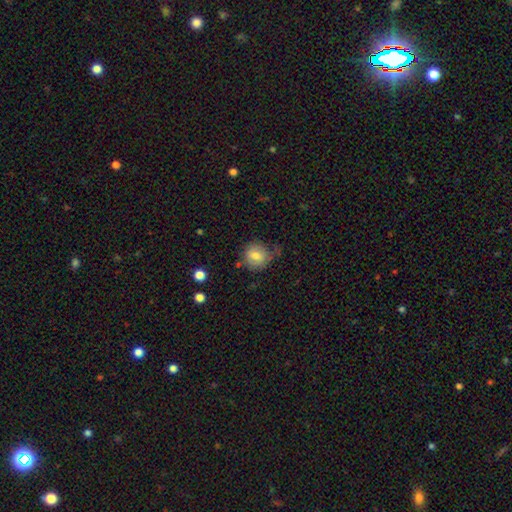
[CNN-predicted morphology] The model was most divided on "merging": none: 62%, minor disturbance: 24%, major disturbance: 9%, merger: 4%. More confident: how rounded — round (86%); smooth or featured — smooth (75%).